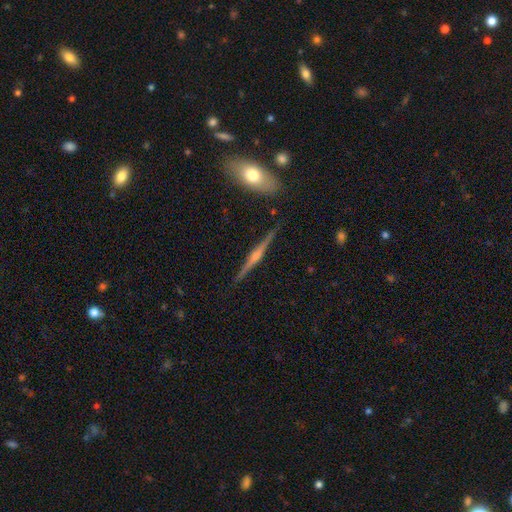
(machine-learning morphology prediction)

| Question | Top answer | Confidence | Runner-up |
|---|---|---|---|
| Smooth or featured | featured or disk | 79% | smooth (15%) |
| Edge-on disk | yes | 98% | no (2%) |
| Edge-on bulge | rounded | 81% | boxy (10%) |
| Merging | none | 89% | minor disturbance (7%) |